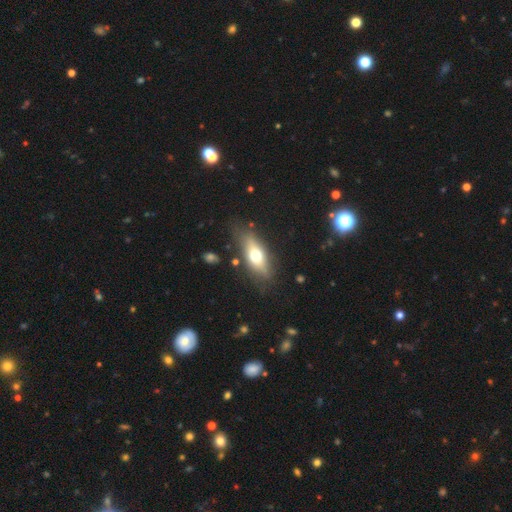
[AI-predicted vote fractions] Overall: smooth (57%; featured or disk 36%). How rounded: in between (68%; cigar-shaped 28%). Merging: none (76%).